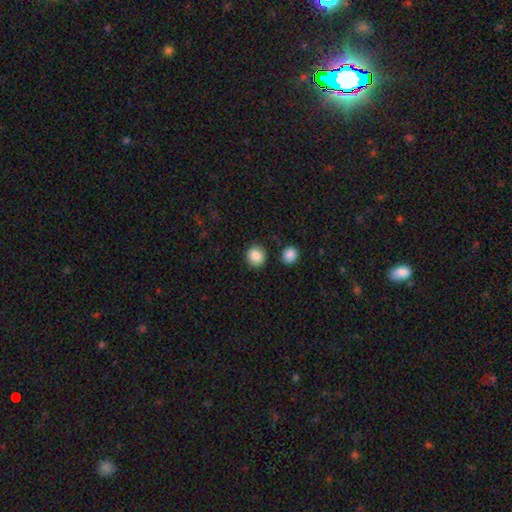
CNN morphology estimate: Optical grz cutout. It shows a smooth galaxy with no disk features (88%) that is round (79%). Merging: none (85%).